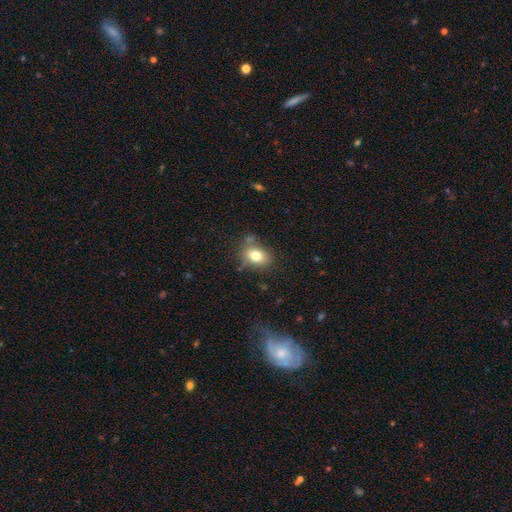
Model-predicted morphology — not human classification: smooth_or_featured: smooth (p=0.78) [alt: featured or disk p=0.12]
how_rounded: in between (p=0.71) [alt: round p=0.27]
merging: none (p=0.69) [alt: minor disturbance p=0.19]